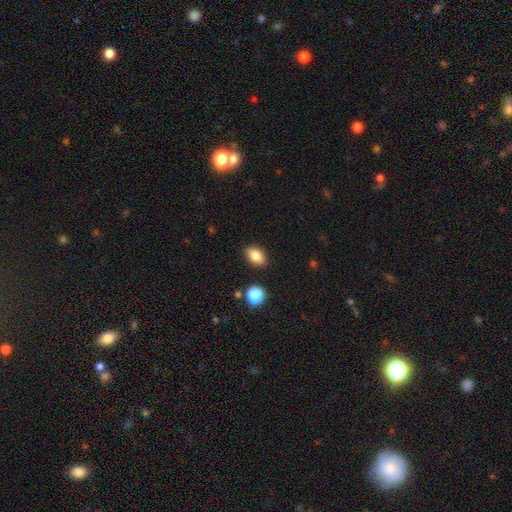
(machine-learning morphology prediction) Smooth or featured? Predicted: smooth (p=0.85). How rounded? Predicted: in between (p=0.87). Merging? Predicted: none (p=0.87).